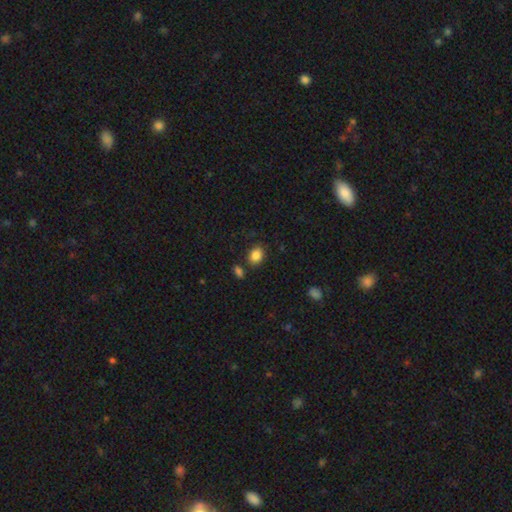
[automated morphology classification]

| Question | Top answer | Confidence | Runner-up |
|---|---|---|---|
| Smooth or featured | smooth | 86% | star or artifact (10%) |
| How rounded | in between | 65% | round (34%) |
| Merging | none | 79% | minor disturbance (11%) |